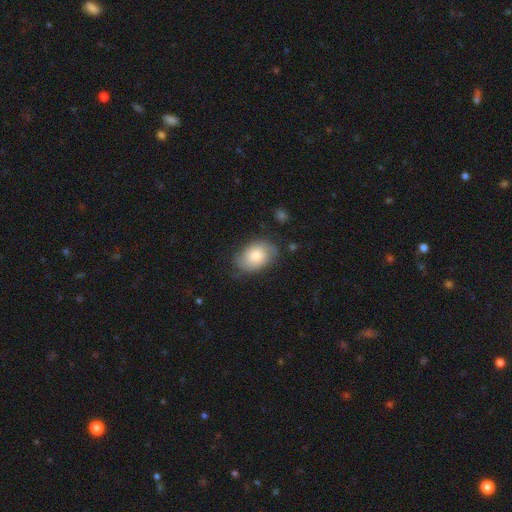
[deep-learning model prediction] A smooth galaxy with no disk features (62%) that is in between round and cigar-shaped (80%).

Vote fractions:
- Smooth or featured? smooth: 62% / featured or disk: 31% / star or artifact: 7%
- How rounded? in between: 80% / round: 19% / cigar-shaped: 1%
- Merging? none: 66% / minor disturbance: 25% / major disturbance: 8% / merger: 1%